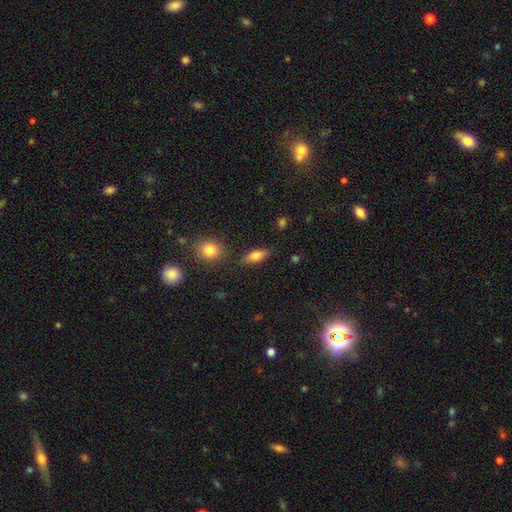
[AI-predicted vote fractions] The model was most divided on "how rounded": in between: 78%, cigar-shaped: 18%, round: 4%. More confident: merging — none (83%); smooth or featured — smooth (76%).